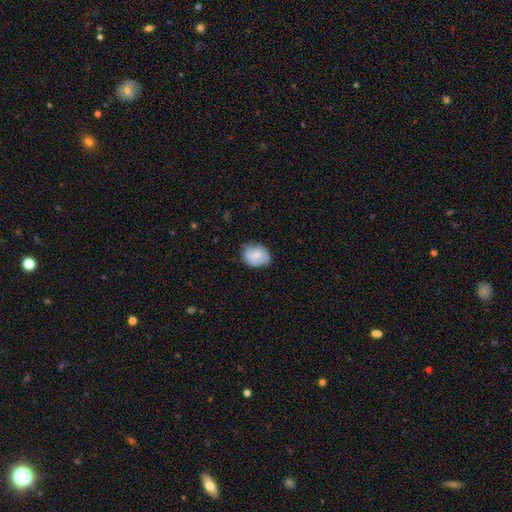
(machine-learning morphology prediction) smooth-or-featured: smooth: 69% | featured or disk: 24% | star or artifact: 7%
  how-rounded: in between: 61% | round: 38% | cigar-shaped: 1%
  merging: none: 65% | minor disturbance: 28% | major disturbance: 6% | merger: 2%